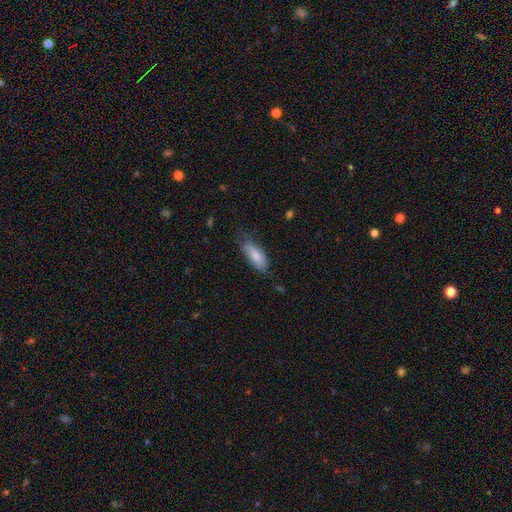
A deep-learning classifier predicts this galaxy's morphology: The model was most divided on "merging": none: 57%, minor disturbance: 32%, major disturbance: 9%, merger: 2%. More confident: smooth or featured — smooth (80%); how rounded — in between (75%).